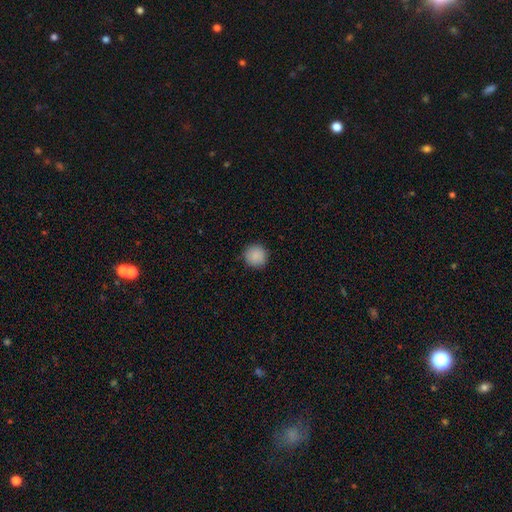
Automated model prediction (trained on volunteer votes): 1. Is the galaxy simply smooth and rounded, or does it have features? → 89% smooth, 8% star or artifact, 3% featured or disk.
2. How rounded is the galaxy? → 94% round, 5% in between, 1% cigar-shaped.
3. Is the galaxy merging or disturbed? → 90% none, 7% minor disturbance, 2% major disturbance, 1% merger.